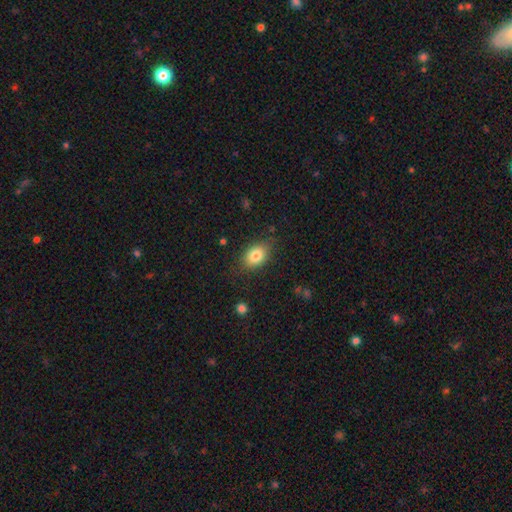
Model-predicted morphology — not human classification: Smooth or featured? Predicted: smooth (p=0.81). How rounded? Predicted: in between (p=0.77). Merging? Predicted: none (p=0.79).